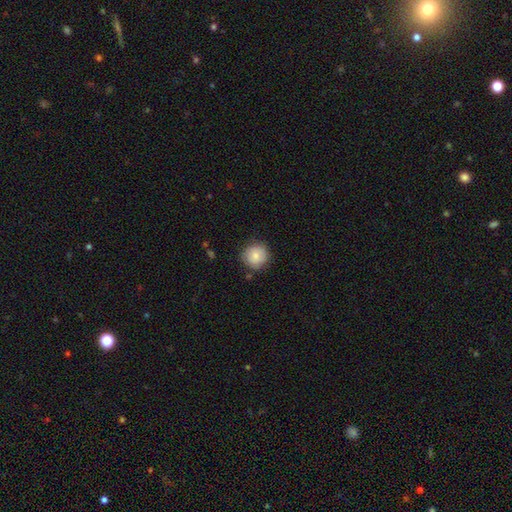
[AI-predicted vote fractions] The model was most divided on "merging": none: 81%, minor disturbance: 14%, major disturbance: 3%, merger: 2%. More confident: how rounded — round (91%); smooth or featured — smooth (82%).